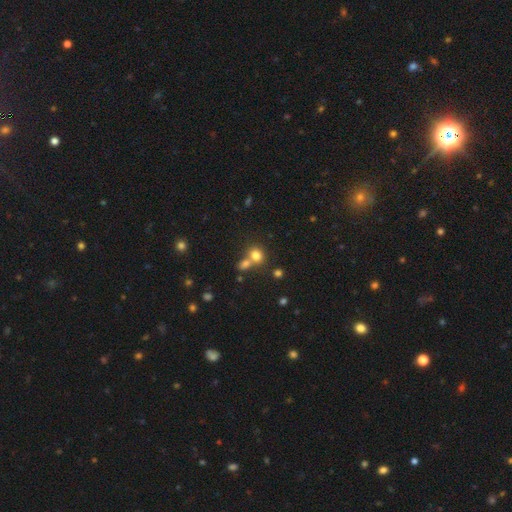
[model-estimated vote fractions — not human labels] This appears to be a smooth galaxy with no disk features (78%) that is round (65%). Merging: none (46%).